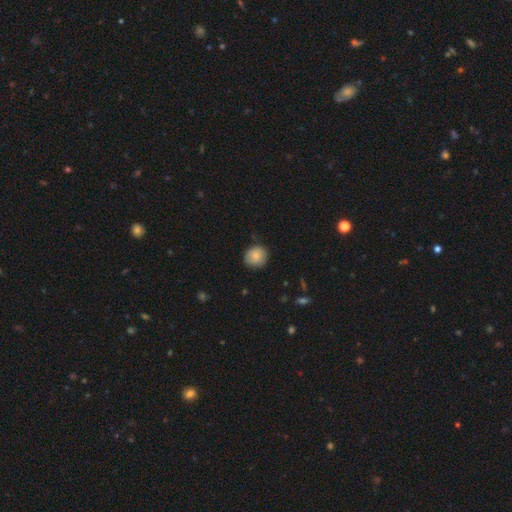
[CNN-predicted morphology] type=smooth (82%); roundness=round (86%); merging=none (80%).